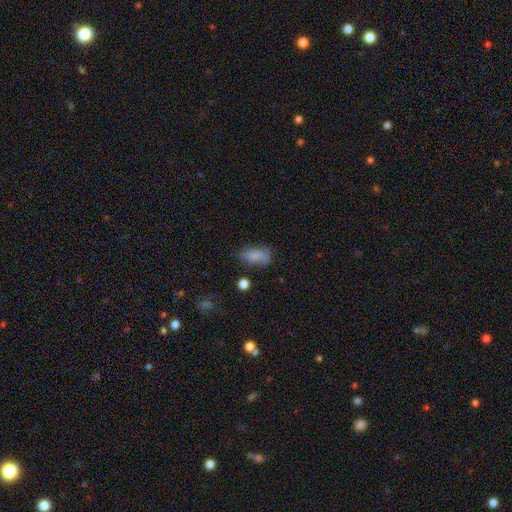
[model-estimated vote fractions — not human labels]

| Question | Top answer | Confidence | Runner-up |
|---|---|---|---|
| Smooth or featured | smooth | 76% | featured or disk (14%) |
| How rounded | in between | 86% | cigar-shaped (10%) |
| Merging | none | 58% | minor disturbance (28%) |